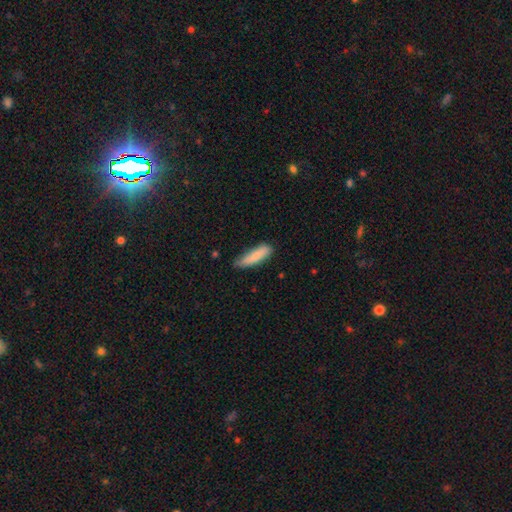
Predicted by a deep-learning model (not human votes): Smooth or featured? Predicted: smooth (p=0.84). How rounded? Predicted: cigar-shaped (p=0.68). Merging? Predicted: none (p=0.63).